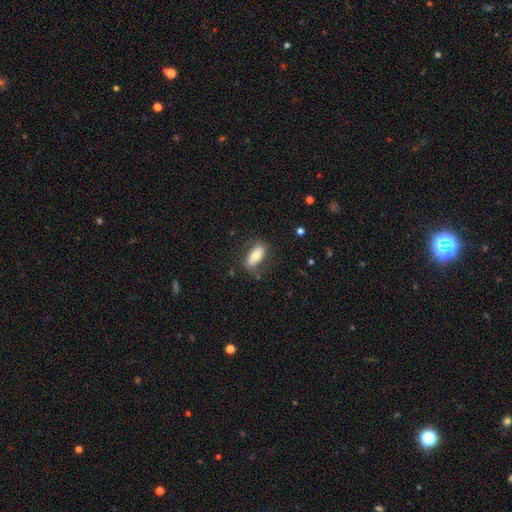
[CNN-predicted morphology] smooth_or_featured: smooth (p=0.67) [alt: featured or disk p=0.27]
how_rounded: in between (p=0.79) [alt: cigar-shaped p=0.18]
merging: none (p=0.74) [alt: minor disturbance p=0.18]